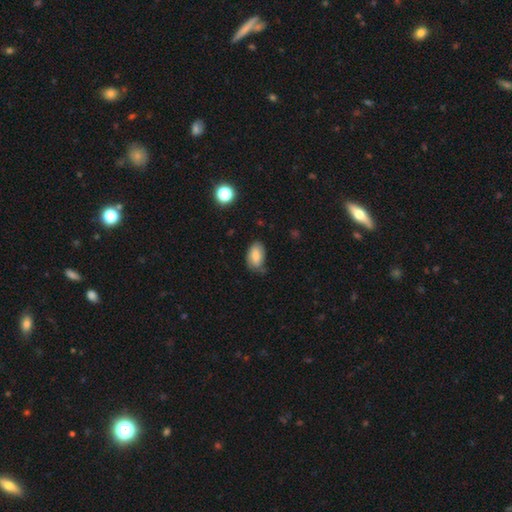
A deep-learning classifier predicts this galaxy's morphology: Q: Smooth or featured?
A: smooth (73%); runner-up: featured or disk (19%)
Q: How rounded?
A: in between (92%); runner-up: round (6%)
Q: Merging?
A: none (55%); runner-up: minor disturbance (34%)